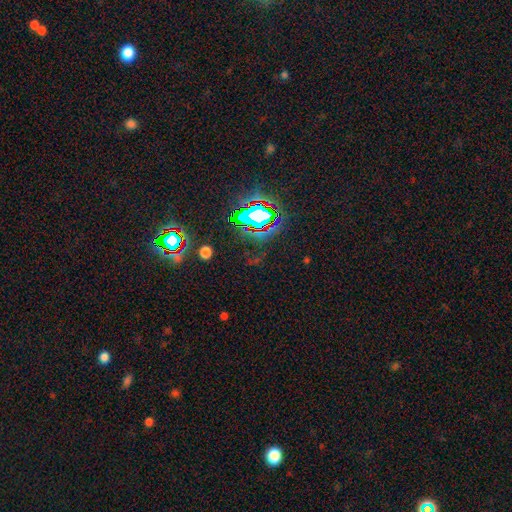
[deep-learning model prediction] This is clearly a star or artifact rather than a galaxy (80%).